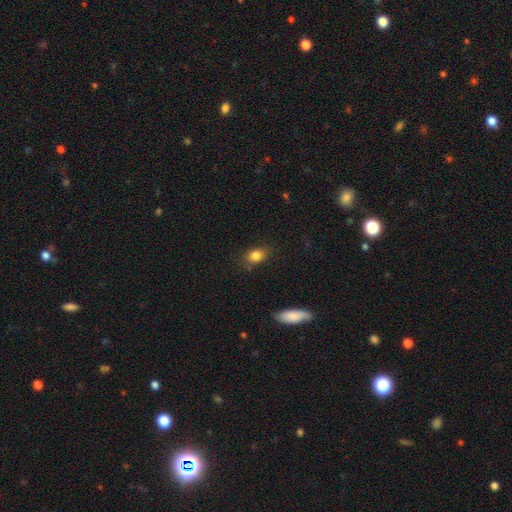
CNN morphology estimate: smooth-or-featured: smooth: 83% | star or artifact: 10% | featured or disk: 7%
  how-rounded: in between: 68% | round: 30% | cigar-shaped: 2%
  merging: none: 77% | minor disturbance: 16% | major disturbance: 4% | merger: 3%